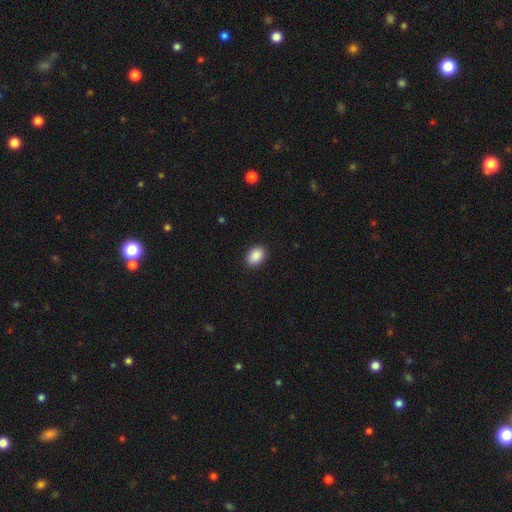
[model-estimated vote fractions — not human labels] smooth-or-featured: smooth: 90% | star or artifact: 8% | featured or disk: 3%
  how-rounded: in between: 76% | round: 23% | cigar-shaped: 1%
  merging: none: 90% | minor disturbance: 8% | major disturbance: 2% | merger: 1%